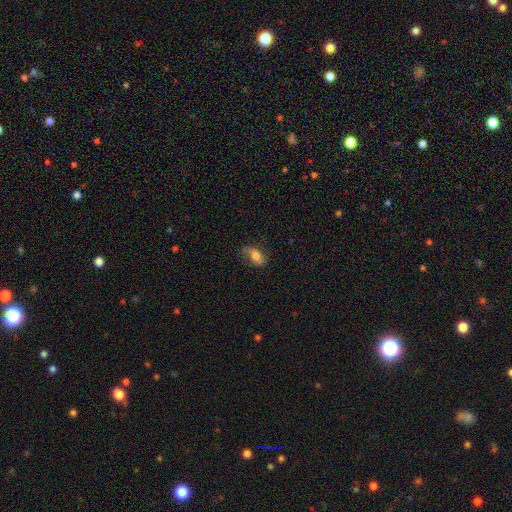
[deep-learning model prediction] This is likely a smooth galaxy (74%). How rounded: clearly in between (86%). Merging: likely none (68%).